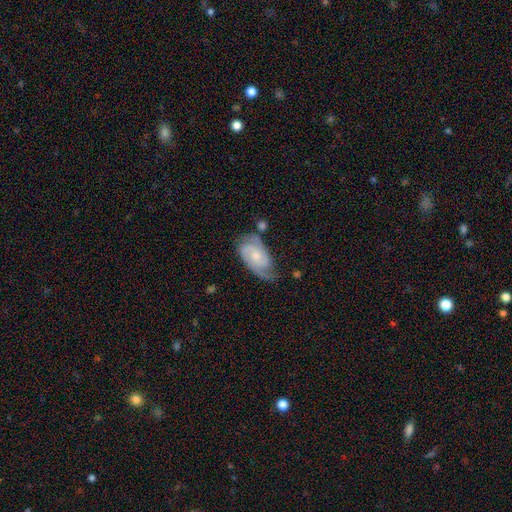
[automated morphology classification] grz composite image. It shows a featured or disk galaxy (77%) with no bar (65%), 2 (67%) tight (47%) spiral arms (95%) and a small central bulge (54%). Merging: none (57%).